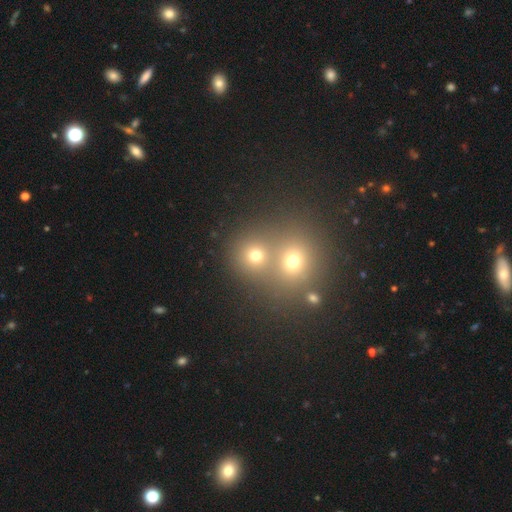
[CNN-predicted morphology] The model was most divided on "merging": merger: 46%, none: 45%, minor disturbance: 5%, major disturbance: 3%. More confident: how rounded — round (85%); smooth or featured — smooth (71%).